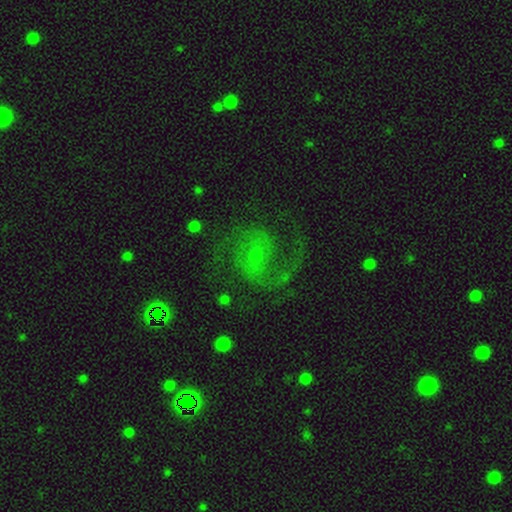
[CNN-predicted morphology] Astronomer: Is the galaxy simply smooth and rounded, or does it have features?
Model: featured or disk — 79%.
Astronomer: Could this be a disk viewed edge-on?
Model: no — 98%.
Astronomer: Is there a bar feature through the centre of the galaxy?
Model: no — 65%.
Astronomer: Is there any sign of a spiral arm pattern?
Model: yes — 93%.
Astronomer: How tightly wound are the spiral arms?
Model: medium — 53%.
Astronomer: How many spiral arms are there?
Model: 2 — 76%.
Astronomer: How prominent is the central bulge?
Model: small — 57% (runner-up: moderate, 36%).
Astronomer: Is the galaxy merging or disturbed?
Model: none — 64%.